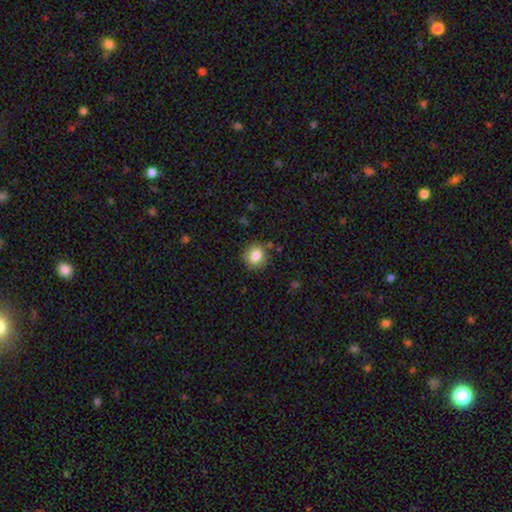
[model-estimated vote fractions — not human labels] A smooth galaxy with no disk features (83%) that is round (73%).

Vote fractions:
- Smooth or featured? smooth: 83% / star or artifact: 9% / featured or disk: 7%
- How rounded? round: 73% / in between: 26% / cigar-shaped: 1%
- Merging? none: 84% / minor disturbance: 11% / major disturbance: 3% / merger: 2%